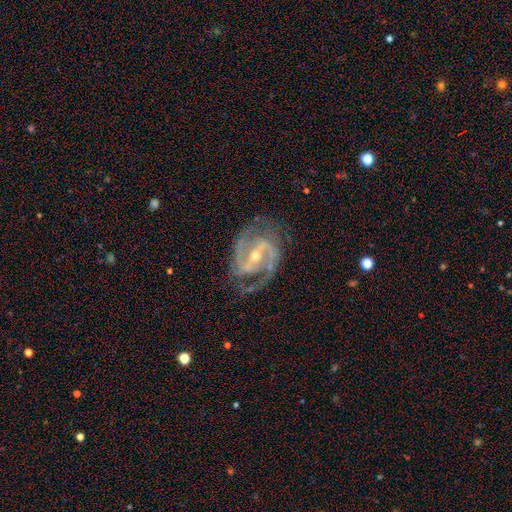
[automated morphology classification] Q: Smooth or featured?
A: featured or disk (93%); runner-up: star or artifact (5%)
Q: Edge-on disk?
A: no (97%); runner-up: yes (3%)
Q: Bar?
A: strong (48%); runner-up: weak (37%)
Q: Spiral arms?
A: yes (98%); runner-up: no (2%)
Q: Spiral winding?
A: medium (59%); runner-up: tight (29%)
Q: Spiral arm count?
A: 2 (87%); runner-up: 3 (6%)
Q: Bulge size?
A: moderate (49%); runner-up: small (48%)
Q: Merging?
A: none (73%); runner-up: minor disturbance (18%)